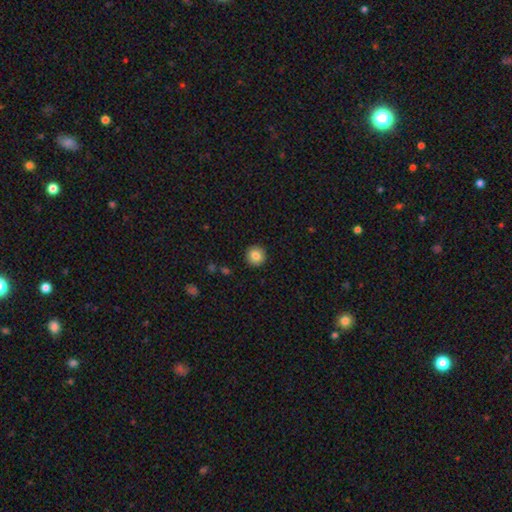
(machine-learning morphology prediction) Smooth or featured: smooth — 84% (star or artifact — 9%)
How rounded: round — 95% (in between — 4%)
Merging: none — 93% (minor disturbance — 5%)